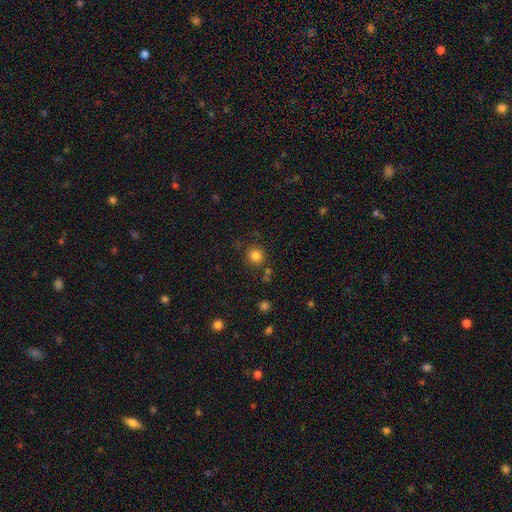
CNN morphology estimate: A smooth galaxy with no disk features (83%) that is round (91%). Merging: none (82%).